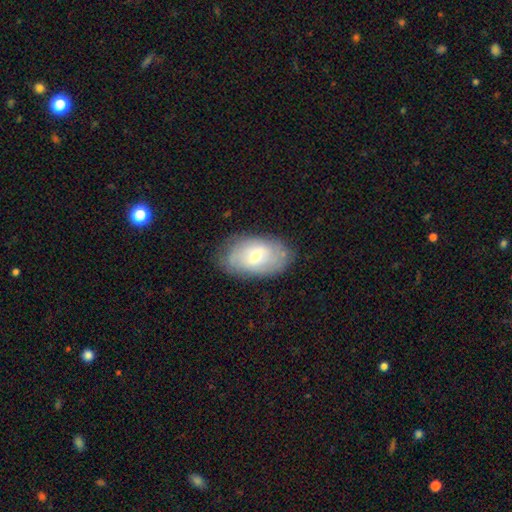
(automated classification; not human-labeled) Smooth or featured? featured or disk (47%)
Merging? none (75%)